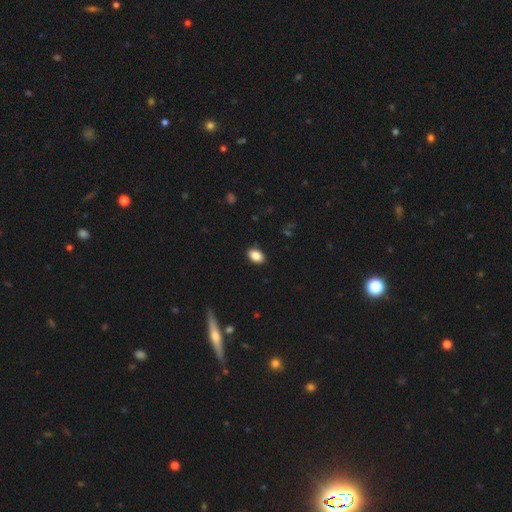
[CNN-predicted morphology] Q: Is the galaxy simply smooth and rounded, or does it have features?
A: smooth — 87%.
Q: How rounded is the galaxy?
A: in between — 87%.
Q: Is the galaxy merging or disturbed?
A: none — 89%.